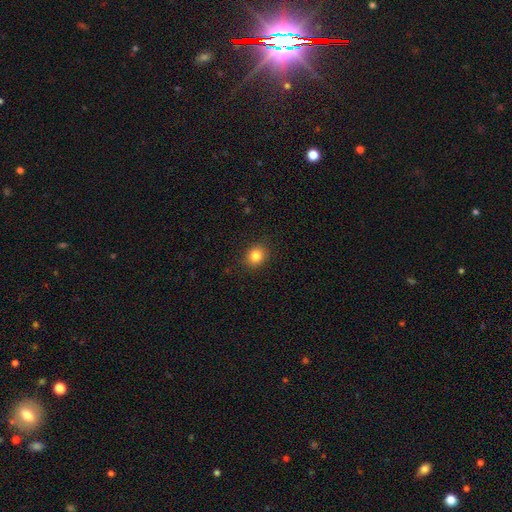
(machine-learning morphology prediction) Q: Smooth or featured?
A: smooth (84%); runner-up: star or artifact (11%)
Q: How rounded?
A: round (79%); runner-up: in between (21%)
Q: Merging?
A: none (90%); runner-up: minor disturbance (7%)